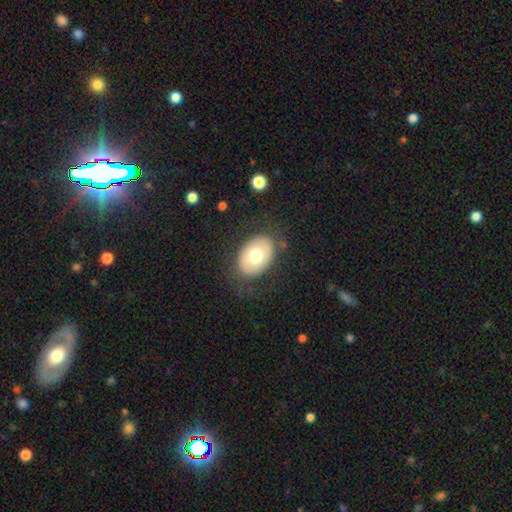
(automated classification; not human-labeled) smooth-or-featured: smooth: 66% | featured or disk: 28% | star or artifact: 6%
  how-rounded: in between: 83% | round: 16% | cigar-shaped: 1%
  merging: none: 78% | minor disturbance: 14% | major disturbance: 6% | merger: 1%